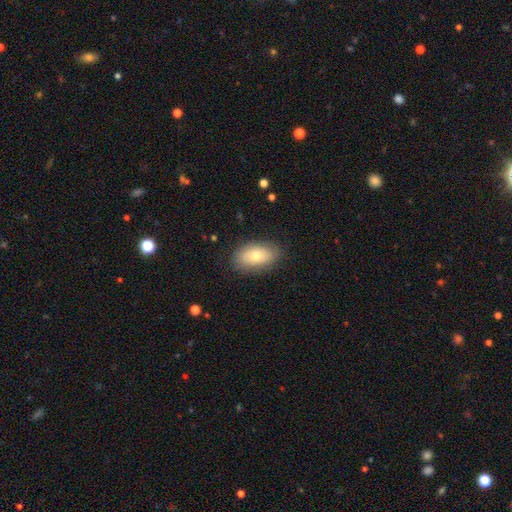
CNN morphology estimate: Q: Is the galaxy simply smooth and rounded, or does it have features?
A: smooth — 69%.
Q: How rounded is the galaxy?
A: in between — 91%.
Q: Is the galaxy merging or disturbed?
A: none — 80%.